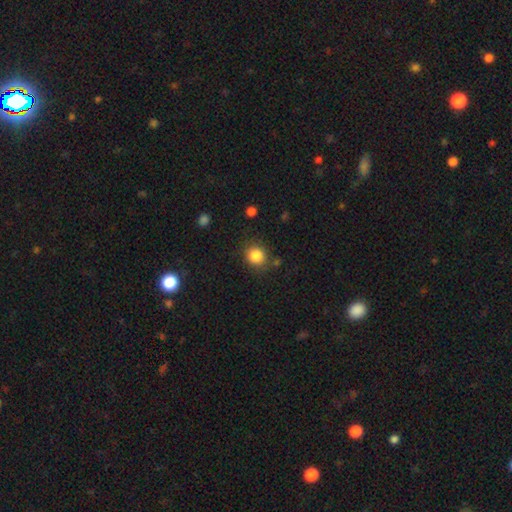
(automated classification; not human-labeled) This appears to be a smooth galaxy with no disk features (85%) that is round (86%). Merging: none (82%).